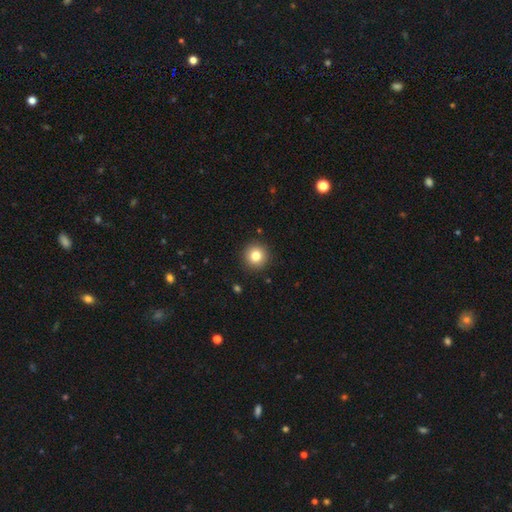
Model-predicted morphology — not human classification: Smooth or featured?
  - smooth: 82% *
  - star or artifact: 11%
  - featured or disk: 8%
How rounded?
  - round: 95% *
  - in between: 4%
  - cigar-shaped: 1%
Merging?
  - none: 92% *
  - minor disturbance: 5%
  - major disturbance: 2%
  - merger: 1%